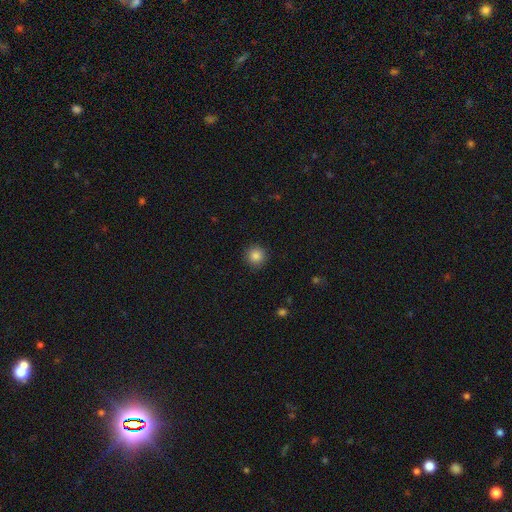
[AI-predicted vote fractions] smooth 85%, star or artifact 11%, featured or disk 4%. Down the decision tree: how rounded — round (95%); merging — none (91%).